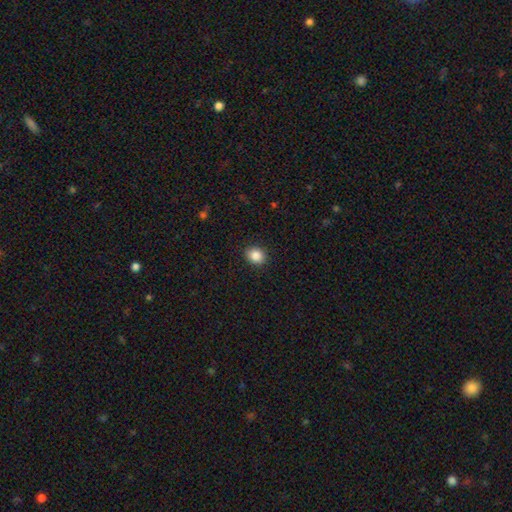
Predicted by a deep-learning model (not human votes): smooth-or-featured: smooth: 86% | star or artifact: 9% | featured or disk: 5%
  how-rounded: round: 64% | in between: 36% | cigar-shaped: 1%
  merging: none: 90% | minor disturbance: 7% | major disturbance: 2% | merger: 1%